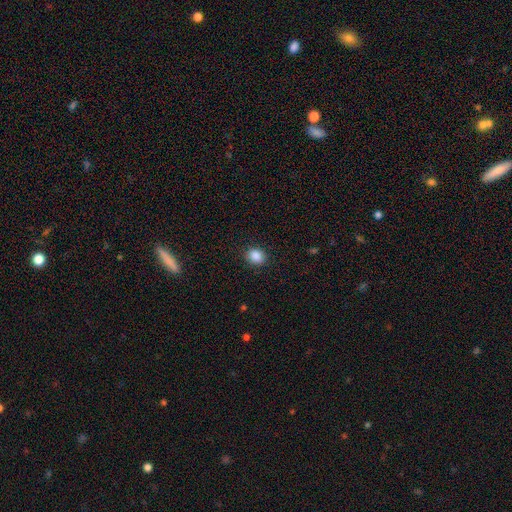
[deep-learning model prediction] Q: Smooth or featured?
A: smooth (87%); runner-up: star or artifact (9%)
Q: How rounded?
A: round (61%); runner-up: in between (38%)
Q: Merging?
A: none (89%); runner-up: minor disturbance (8%)